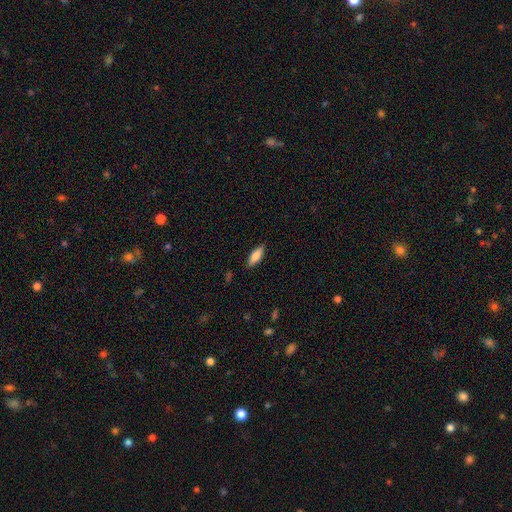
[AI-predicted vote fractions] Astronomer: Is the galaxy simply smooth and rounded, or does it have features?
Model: smooth — 82%.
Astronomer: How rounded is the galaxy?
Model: in between — 72%.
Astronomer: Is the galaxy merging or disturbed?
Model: none — 86%.